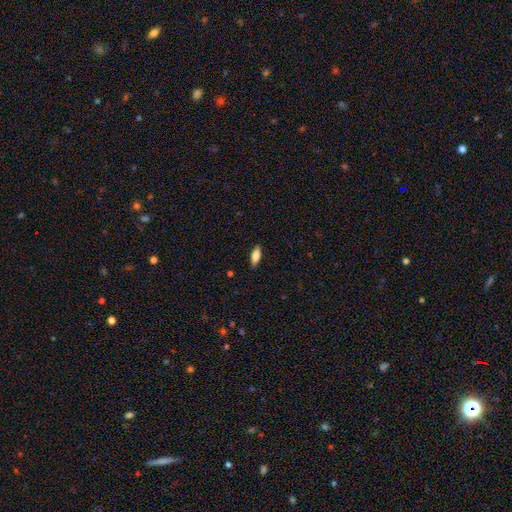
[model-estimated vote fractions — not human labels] The model was most divided on "how rounded": in between: 69%, cigar-shaped: 28%, round: 2%. More confident: merging — none (88%); smooth or featured — smooth (75%).